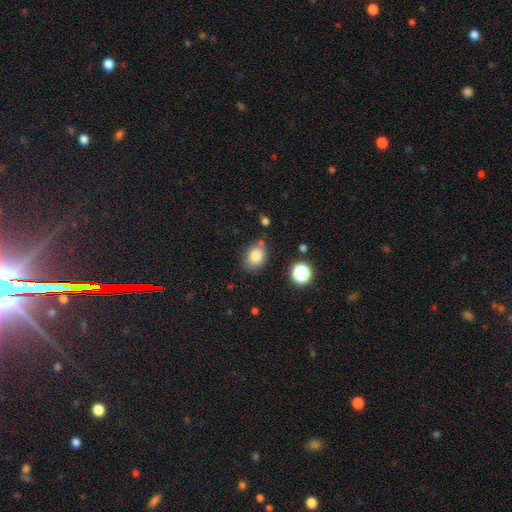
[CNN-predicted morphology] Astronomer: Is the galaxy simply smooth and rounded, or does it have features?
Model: smooth — 83%.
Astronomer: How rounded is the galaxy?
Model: in between — 67%.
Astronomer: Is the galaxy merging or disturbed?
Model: none — 69%.